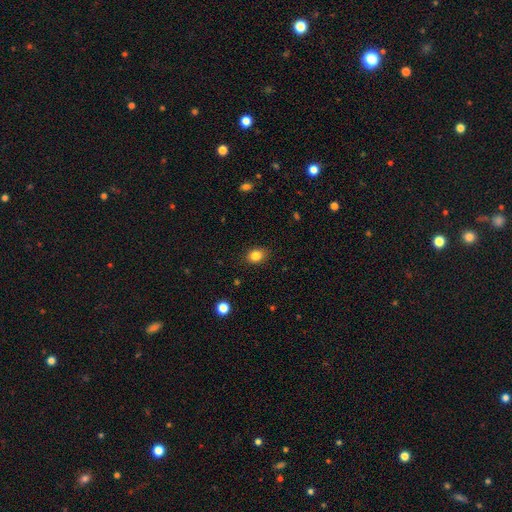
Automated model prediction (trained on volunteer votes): A smooth galaxy with no disk features (84%) that is in between round and cigar-shaped (55%). Merging: none (87%).